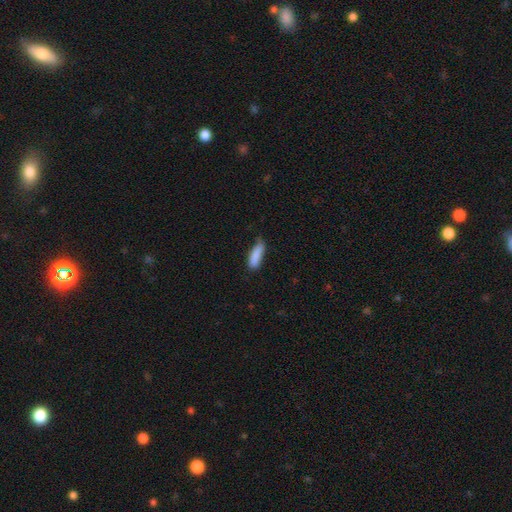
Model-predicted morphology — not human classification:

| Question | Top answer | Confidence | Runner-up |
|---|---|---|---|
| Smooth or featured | smooth | 87% | featured or disk (7%) |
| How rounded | cigar-shaped | 59% | in between (40%) |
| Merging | none | 64% | minor disturbance (29%) |